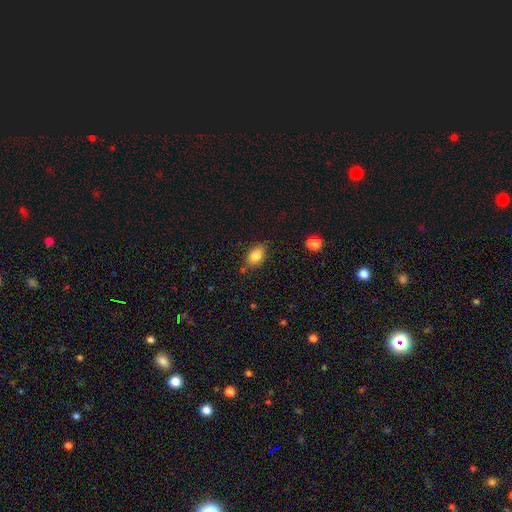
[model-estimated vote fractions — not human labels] Smooth or featured: smooth — 83% (star or artifact — 9%)
How rounded: in between — 84% (round — 13%)
Merging: none — 77% (minor disturbance — 16%)